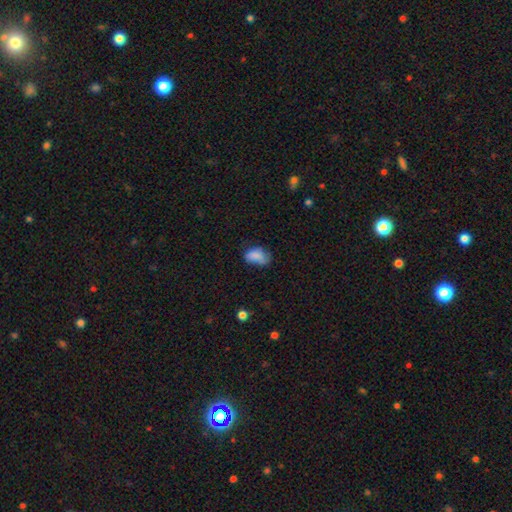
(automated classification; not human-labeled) Smooth or featured? smooth (79%)
How rounded? in between (85%)
Merging? none (42%)